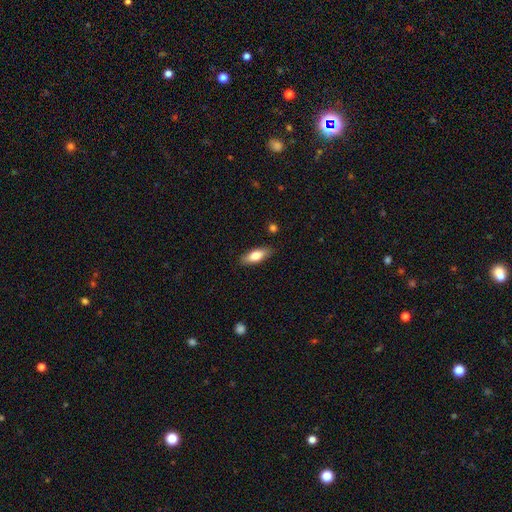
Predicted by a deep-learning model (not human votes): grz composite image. It shows a smooth galaxy with no disk features (76%) that is in between round and cigar-shaped (70%). Merging: none (86%).